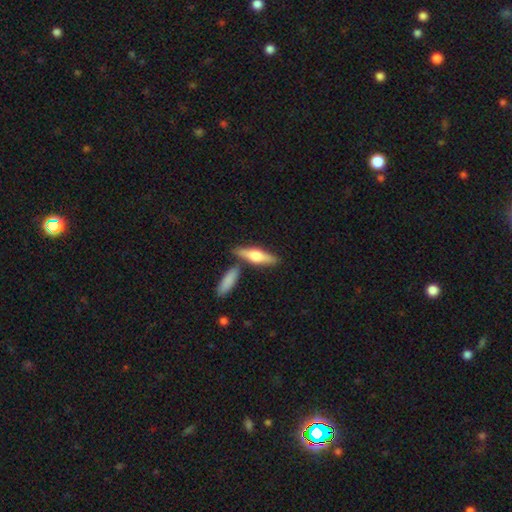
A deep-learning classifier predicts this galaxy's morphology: featured or disk 50%, smooth 45%, star or artifact 6%. Down the decision tree: merging — none (72%).